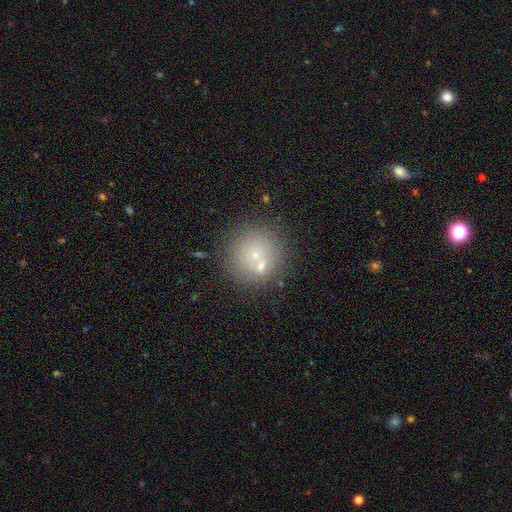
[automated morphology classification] smooth 65%, featured or disk 20%, star or artifact 16%. Down the decision tree: how rounded — round (94%); merging — none (64%).